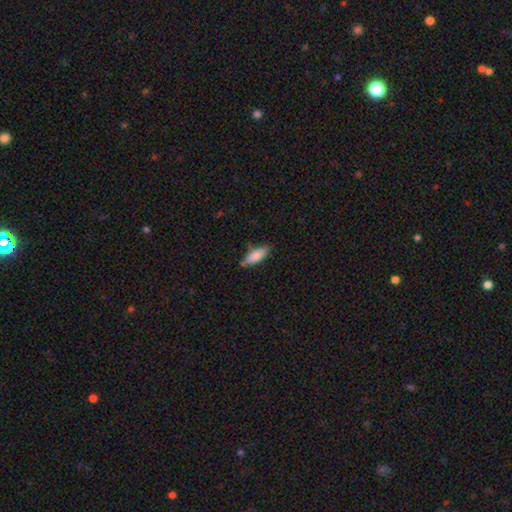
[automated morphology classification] A smooth galaxy with no disk features (83%) that is in between round and cigar-shaped (65%).

Vote fractions:
- Smooth or featured? smooth: 83% / featured or disk: 11% / star or artifact: 6%
- How rounded? in between: 65% / cigar-shaped: 33% / round: 2%
- Merging? none: 72% / minor disturbance: 21% / merger: 4% / major disturbance: 4%